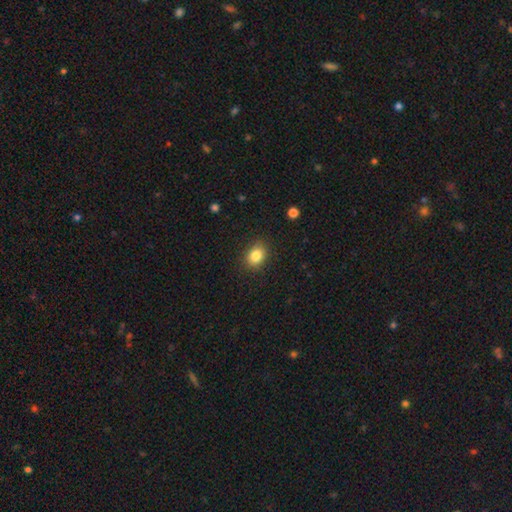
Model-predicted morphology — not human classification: Smooth or featured: smooth — 84% (star or artifact — 10%)
How rounded: in between — 51% (round — 48%)
Merging: none — 86% (minor disturbance — 10%)